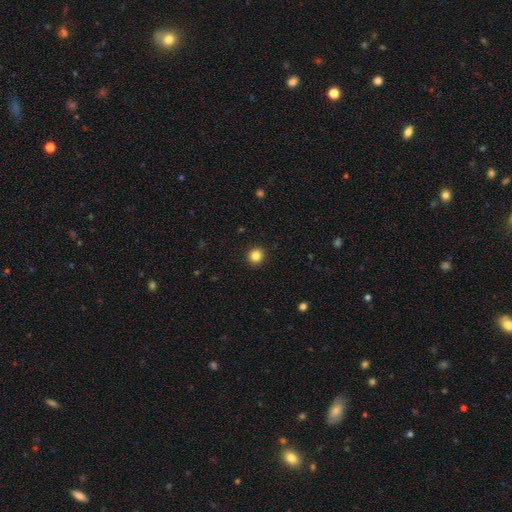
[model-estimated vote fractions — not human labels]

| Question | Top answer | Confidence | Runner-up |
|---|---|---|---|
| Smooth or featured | smooth | 84% | star or artifact (11%) |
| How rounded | round | 93% | in between (6%) |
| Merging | none | 93% | minor disturbance (5%) |